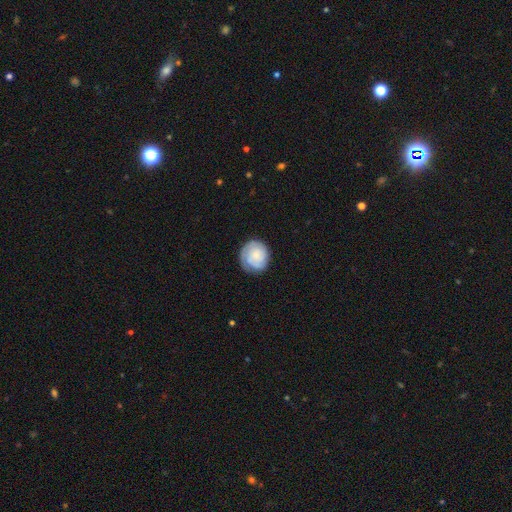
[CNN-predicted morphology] A featured or disk galaxy (63%) with no bar (78%), tight (72%) spiral arms (92%) and a small central bulge (61%). Merging: none (77%).